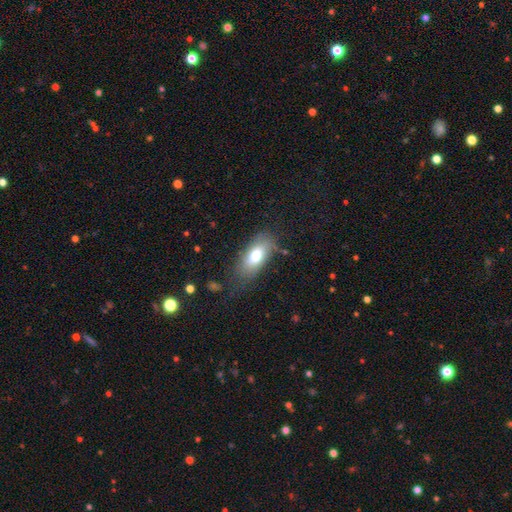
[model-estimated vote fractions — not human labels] Q: Smooth or featured?
A: smooth (73%); runner-up: featured or disk (19%)
Q: How rounded?
A: in between (87%); runner-up: cigar-shaped (9%)
Q: Merging?
A: none (67%); runner-up: minor disturbance (21%)